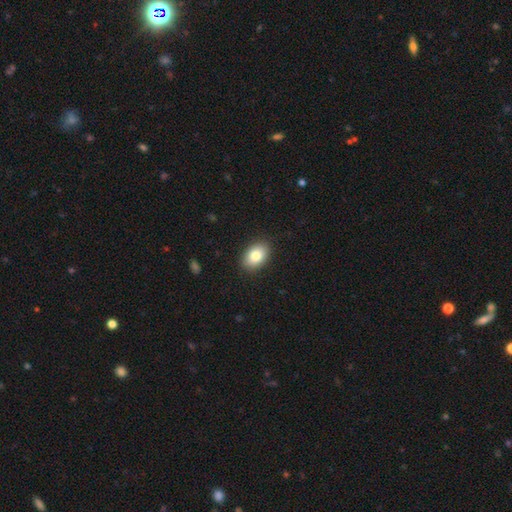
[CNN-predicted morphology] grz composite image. It shows a smooth galaxy with no disk features (83%) that is in between round and cigar-shaped (86%). Merging: none (89%).